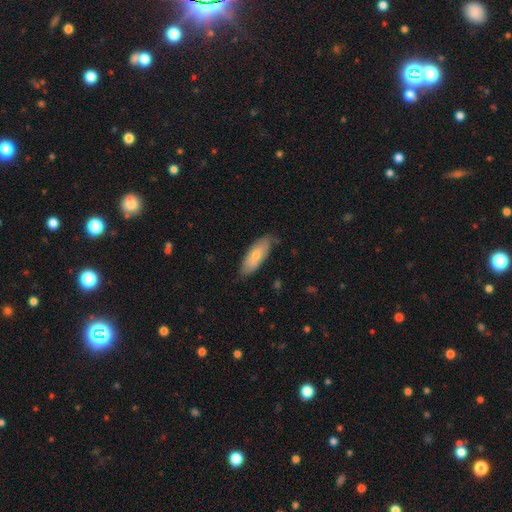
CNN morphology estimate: The model was most divided on "smooth or featured": smooth: 69%, featured or disk: 26%, star or artifact: 6%. More confident: merging — none (75%); how rounded — in between (73%).